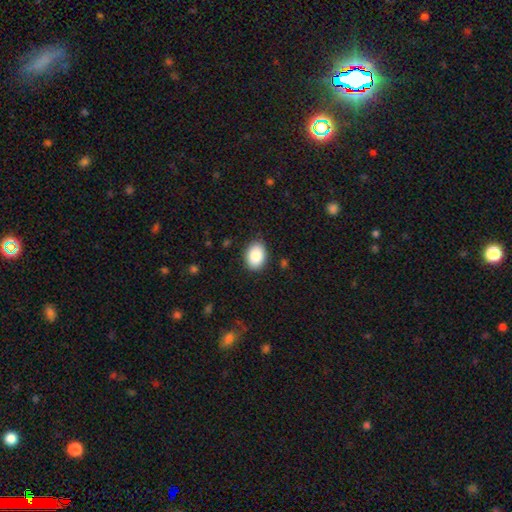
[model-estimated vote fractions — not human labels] Smooth or featured? smooth (86%)
How rounded? in between (79%)
Merging? none (86%)